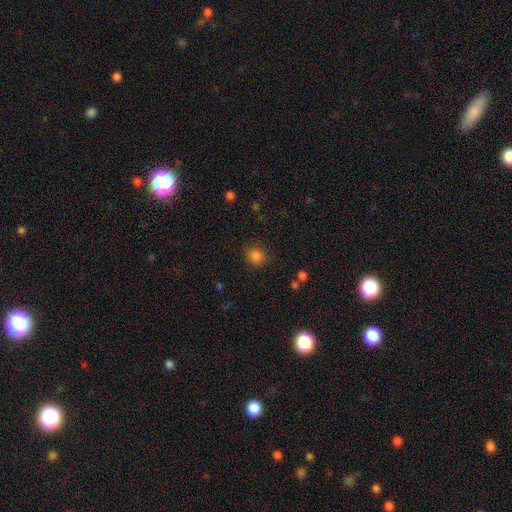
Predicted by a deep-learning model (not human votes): Q: Smooth or featured?
A: smooth (83%); runner-up: star or artifact (13%)
Q: How rounded?
A: round (83%); runner-up: in between (16%)
Q: Merging?
A: none (84%); runner-up: minor disturbance (11%)